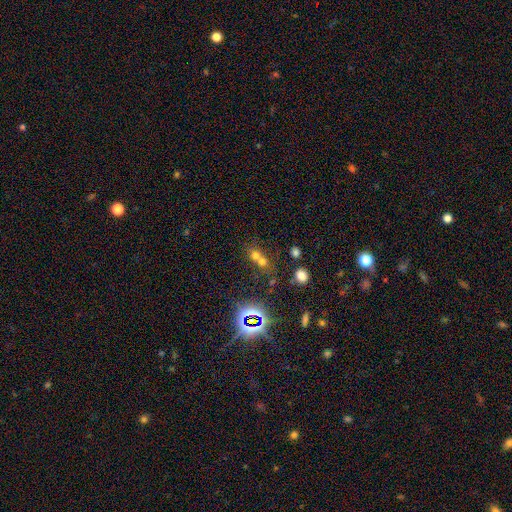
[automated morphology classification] Q: Smooth or featured?
A: smooth (55%); runner-up: star or artifact (31%)
Q: How rounded?
A: round (75%); runner-up: in between (23%)
Q: Merging?
A: merger (55%); runner-up: none (35%)